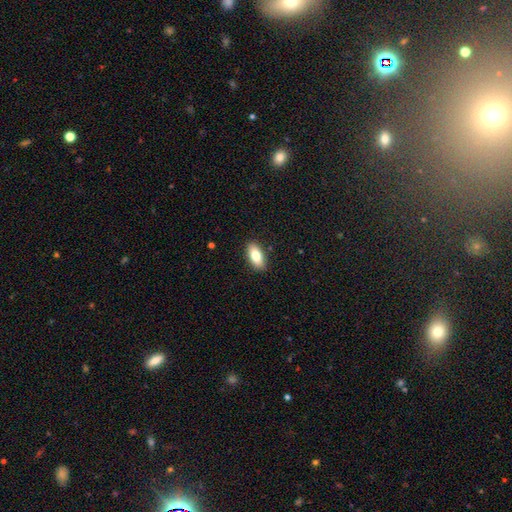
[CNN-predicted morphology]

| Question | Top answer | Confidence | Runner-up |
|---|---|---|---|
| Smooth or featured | smooth | 81% | featured or disk (13%) |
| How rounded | in between | 89% | cigar-shaped (8%) |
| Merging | none | 89% | minor disturbance (8%) |